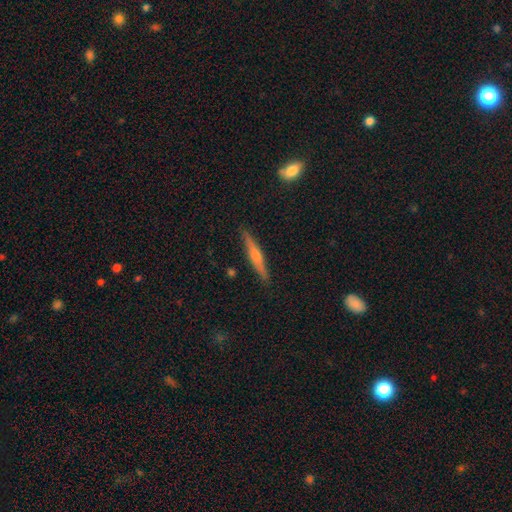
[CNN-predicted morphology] This is likely a featured or disk galaxy (63%). It is clearly viewed edge-on (97%). Edge-on bulge: clearly rounded (86%). Merging: clearly none (90%).